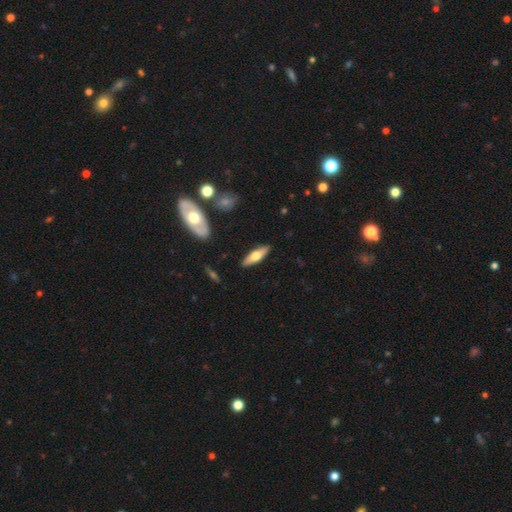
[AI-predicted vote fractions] Smooth or featured: smooth — 49% (featured or disk — 46%)
Merging: none — 89% (minor disturbance — 8%)